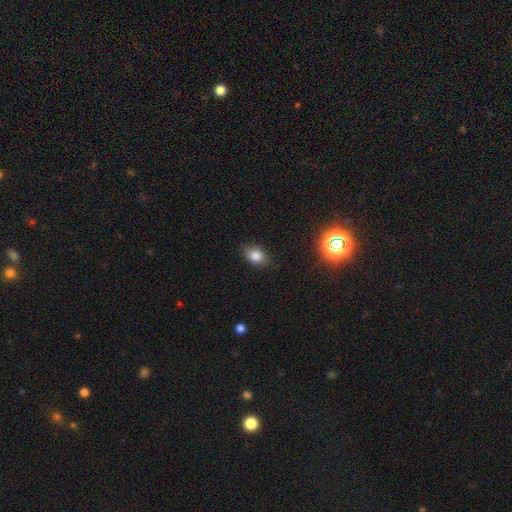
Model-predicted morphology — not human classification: smooth_or_featured: smooth (p=0.82) [alt: star or artifact p=0.12]
how_rounded: in between (p=0.73) [alt: round p=0.26]
merging: none (p=0.83) [alt: minor disturbance p=0.13]